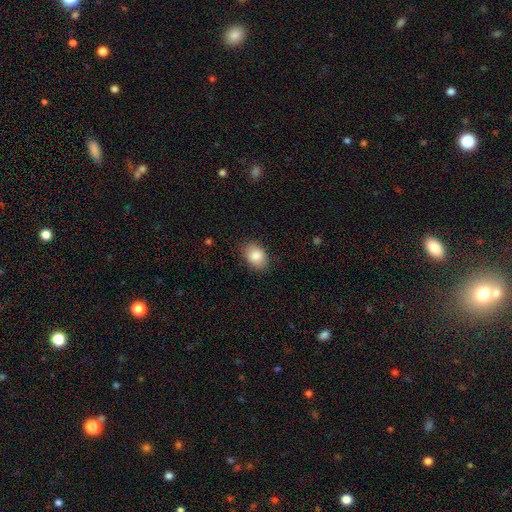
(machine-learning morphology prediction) A smooth galaxy with no disk features (85%) that is in between round and cigar-shaped (79%). Merging: none (84%).